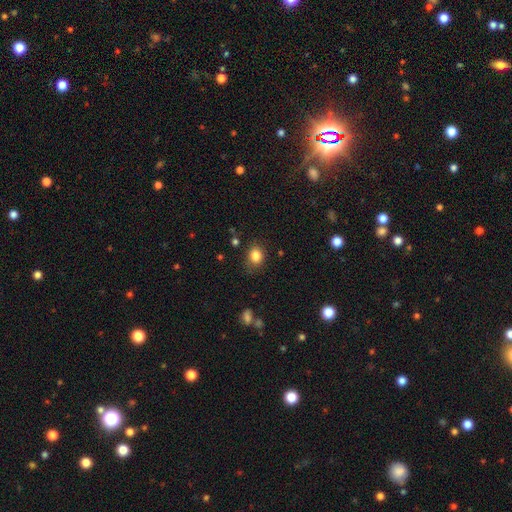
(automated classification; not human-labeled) Smooth or featured? Predicted: smooth (p=0.84). How rounded? Predicted: round (p=0.51). Merging? Predicted: none (p=0.75).